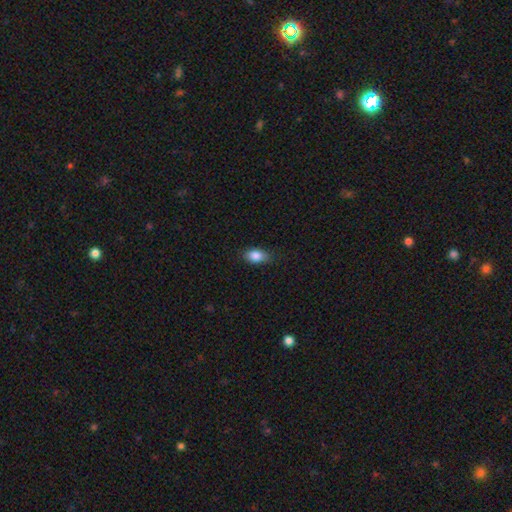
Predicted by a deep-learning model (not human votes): Morphology: type=smooth (86%); roundness=in between (86%); merging=none (79%).